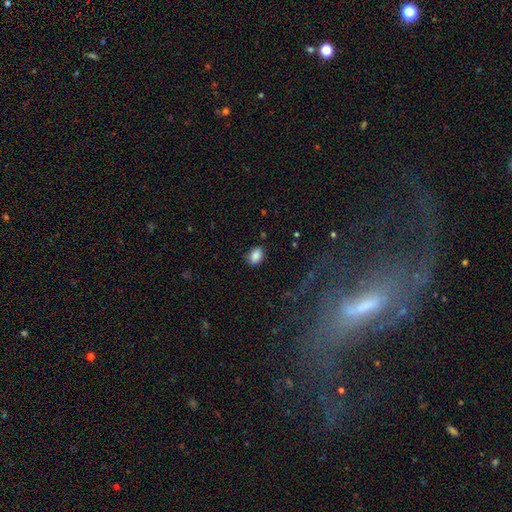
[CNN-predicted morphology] smooth-or-featured: smooth: 87% | star or artifact: 8% | featured or disk: 5%
  how-rounded: in between: 83% | round: 16% | cigar-shaped: 1%
  merging: none: 82% | minor disturbance: 14% | major disturbance: 3% | merger: 2%